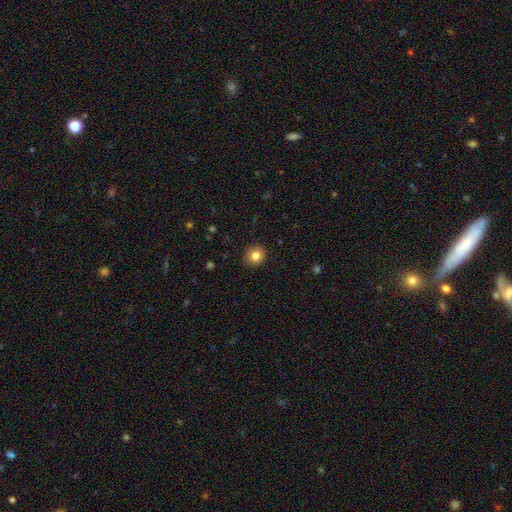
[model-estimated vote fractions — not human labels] smooth-or-featured: smooth: 83% | star or artifact: 11% | featured or disk: 6%
  how-rounded: round: 91% | in between: 8% | cigar-shaped: 1%
  merging: none: 90% | minor disturbance: 7% | major disturbance: 2% | merger: 1%